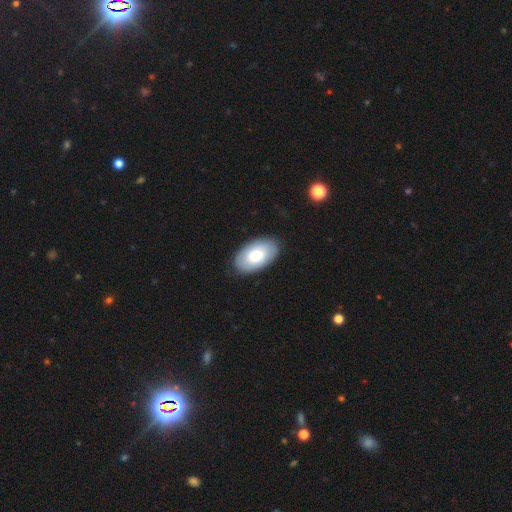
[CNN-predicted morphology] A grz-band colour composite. It shows a smooth galaxy with no disk features (74%) that is in between round and cigar-shaped (94%). Merging: none (87%).